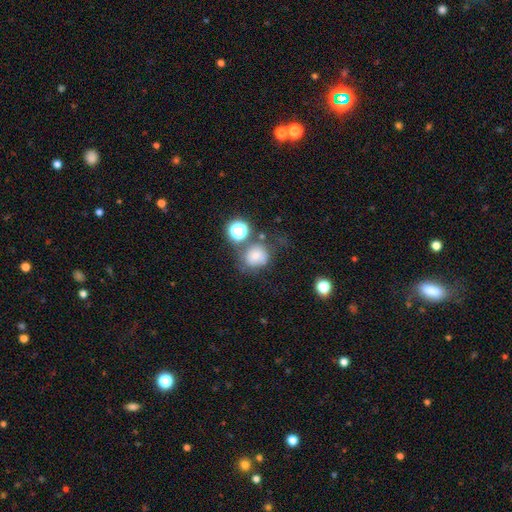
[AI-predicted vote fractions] Q: Smooth or featured?
A: smooth (67%); runner-up: star or artifact (17%)
Q: How rounded?
A: round (75%); runner-up: in between (24%)
Q: Merging?
A: none (51%); runner-up: minor disturbance (20%)